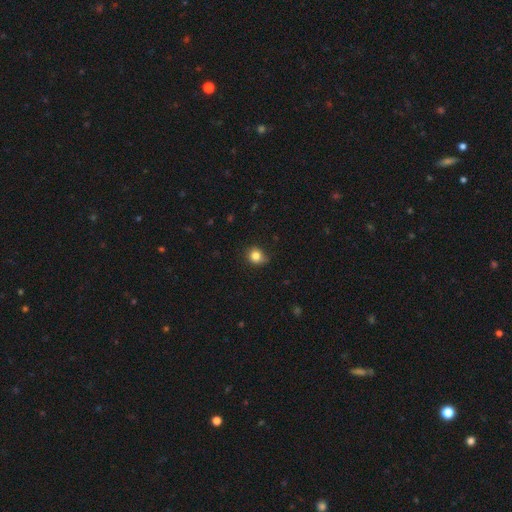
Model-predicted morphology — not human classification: Overall: smooth (82%). How rounded: round (77%). Merging: none (66%; minor disturbance 27%).